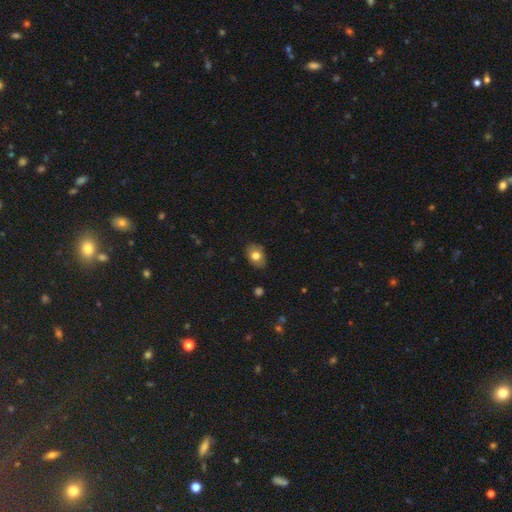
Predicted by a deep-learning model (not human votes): Q: Smooth or featured?
A: smooth (78%); runner-up: featured or disk (14%)
Q: How rounded?
A: in between (76%); runner-up: round (22%)
Q: Merging?
A: none (83%); runner-up: minor disturbance (13%)